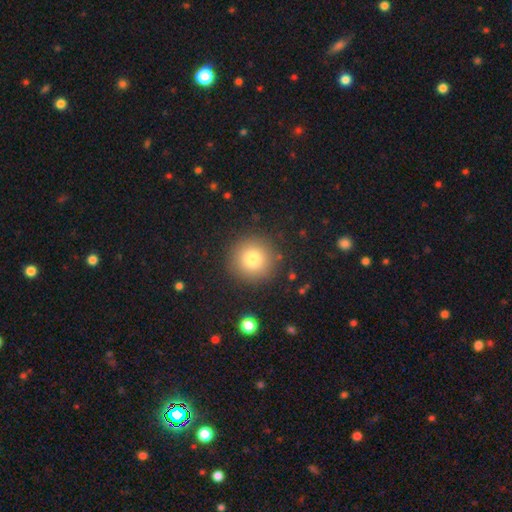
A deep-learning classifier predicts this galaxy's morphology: Smooth or featured? smooth (78%)
How rounded? round (96%)
Merging? none (90%)